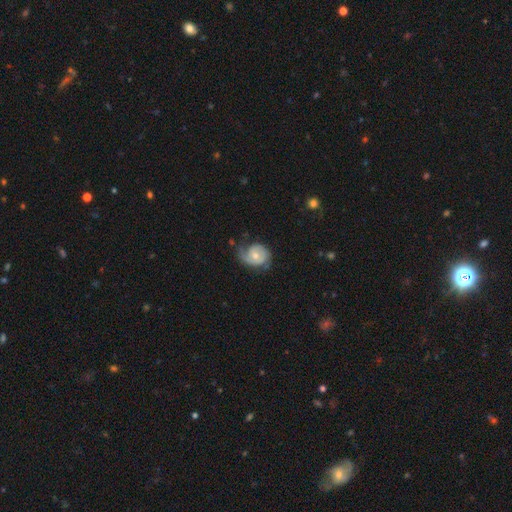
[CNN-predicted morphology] This is likely a featured or disk galaxy (72%). It is clearly not viewed edge-on (97%). Bar: likely no (71%). Spiral arm pattern: clearly yes (89%). Spiral arm count: possibly 2 (50%). Spiral winding: marginally tight (45%). Central bulge: possibly moderate (53%). Merging: possibly none (48%).